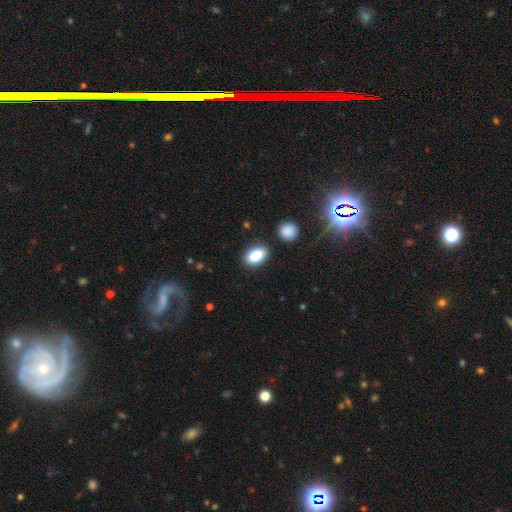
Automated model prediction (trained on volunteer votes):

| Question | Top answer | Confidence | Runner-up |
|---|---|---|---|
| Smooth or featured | smooth | 86% | star or artifact (8%) |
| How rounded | in between | 88% | round (10%) |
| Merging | none | 84% | minor disturbance (10%) |